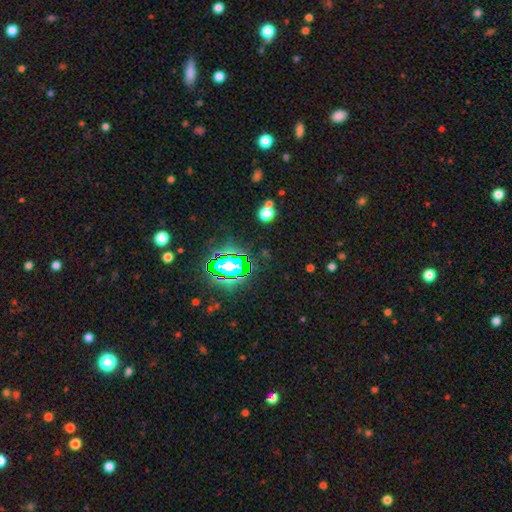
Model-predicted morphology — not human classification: Overall: star or artifact (77%).